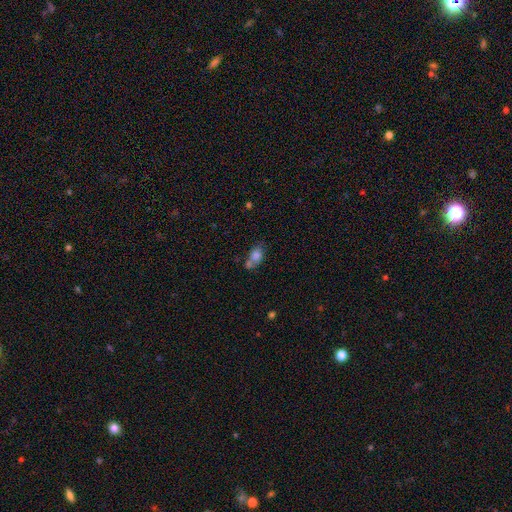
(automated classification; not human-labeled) smooth_or_featured: smooth (p=0.76) [alt: featured or disk p=0.14]
how_rounded: in between (p=0.71) [alt: round p=0.26]
merging: none (p=0.38) [alt: merger p=0.36]